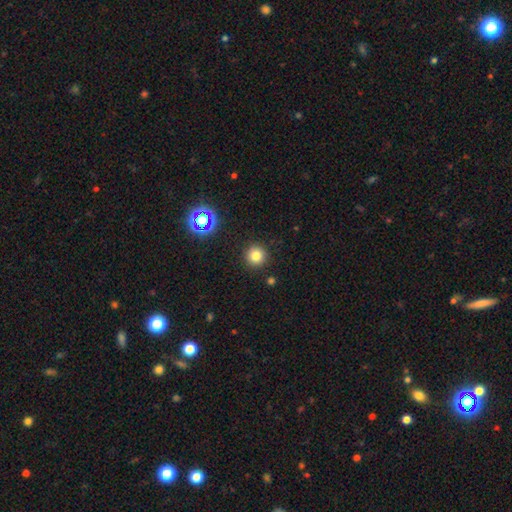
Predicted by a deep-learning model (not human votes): smooth 78%, star or artifact 16%, featured or disk 6%. Down the decision tree: how rounded — round (95%); merging — none (91%).